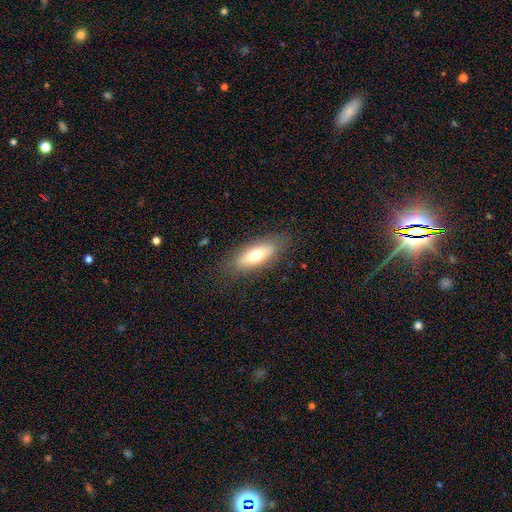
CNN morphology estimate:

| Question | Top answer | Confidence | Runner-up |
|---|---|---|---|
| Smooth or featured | smooth | 68% | featured or disk (25%) |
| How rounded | in between | 66% | cigar-shaped (31%) |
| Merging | none | 82% | minor disturbance (13%) |